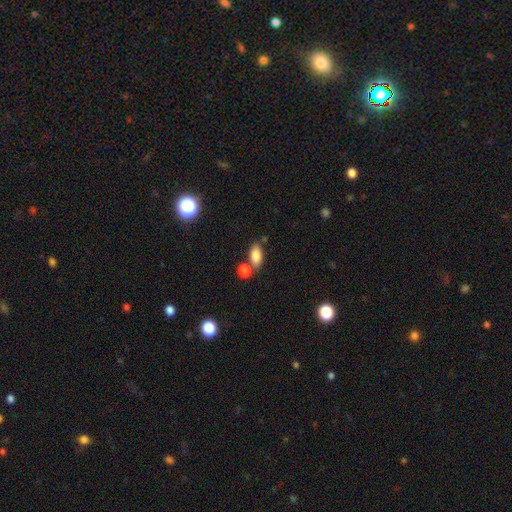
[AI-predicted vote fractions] Overall: smooth (84%). How rounded: in between (88%). Merging: none (64%).